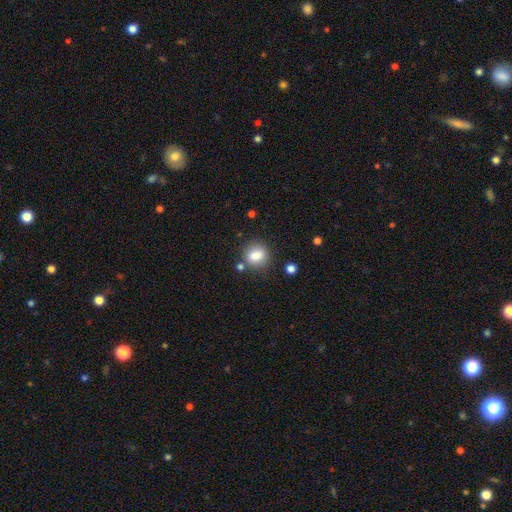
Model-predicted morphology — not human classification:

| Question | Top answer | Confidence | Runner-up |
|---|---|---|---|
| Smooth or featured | smooth | 81% | star or artifact (10%) |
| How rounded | round | 71% | in between (28%) |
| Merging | none | 77% | minor disturbance (12%) |